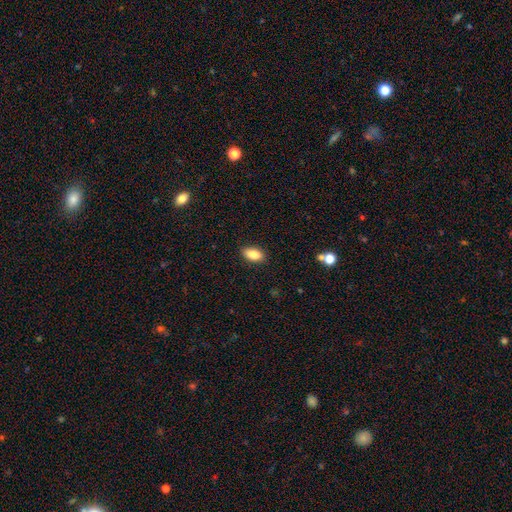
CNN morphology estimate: A smooth galaxy with no disk features (85%) that is in between round and cigar-shaped (90%).

Vote fractions:
- Smooth or featured? smooth: 85% / star or artifact: 8% / featured or disk: 7%
- How rounded? in between: 90% / cigar-shaped: 5% / round: 5%
- Merging? none: 87% / minor disturbance: 9% / major disturbance: 2% / merger: 1%